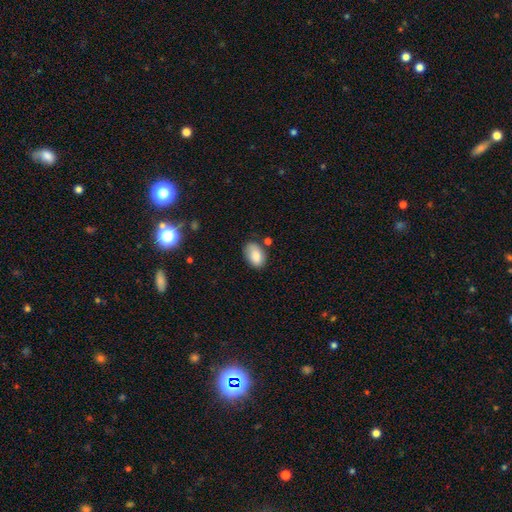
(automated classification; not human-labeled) This appears to be a smooth galaxy with no disk features (85%) that is in between round and cigar-shaped (89%). Merging: none (67%).